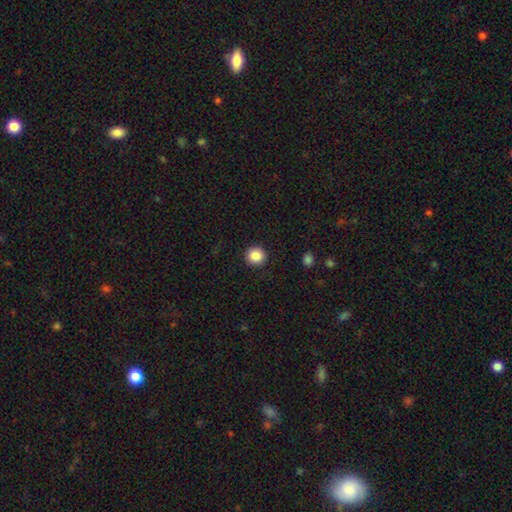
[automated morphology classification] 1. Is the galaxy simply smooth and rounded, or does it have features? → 86% smooth, 9% star or artifact, 4% featured or disk.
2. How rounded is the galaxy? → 95% round, 5% in between, 1% cigar-shaped.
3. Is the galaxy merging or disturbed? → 92% none, 5% minor disturbance, 2% major disturbance, 1% merger.